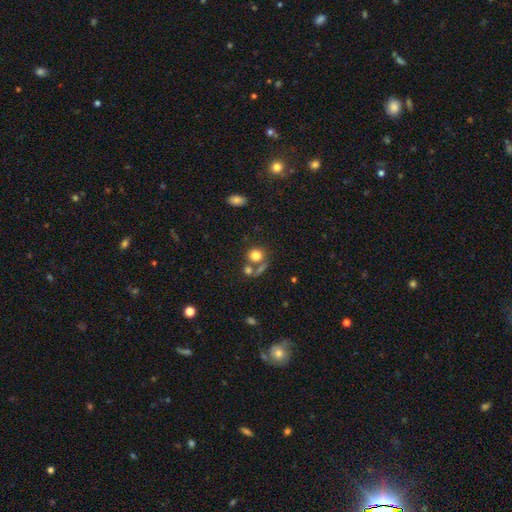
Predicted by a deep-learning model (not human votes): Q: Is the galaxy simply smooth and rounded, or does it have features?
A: smooth — 77%.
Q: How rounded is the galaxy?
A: round — 79%.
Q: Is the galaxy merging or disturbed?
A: none — 50%.